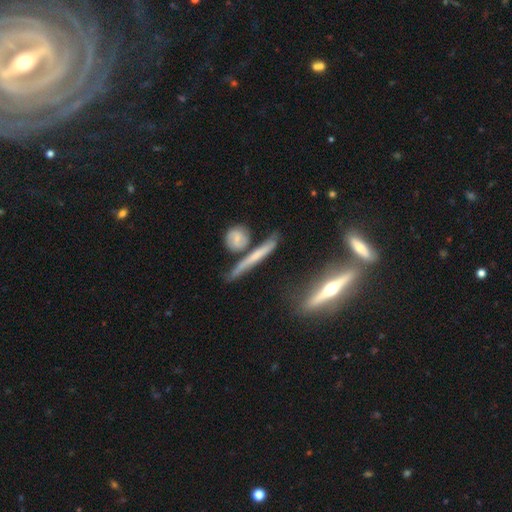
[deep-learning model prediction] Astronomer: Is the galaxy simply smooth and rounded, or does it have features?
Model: featured or disk — 57% (runner-up: smooth, 33%).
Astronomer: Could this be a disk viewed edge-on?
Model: yes — 82%.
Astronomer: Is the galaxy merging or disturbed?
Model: none — 64%.